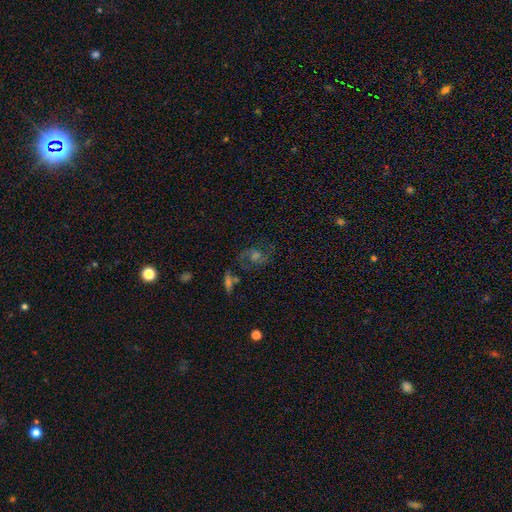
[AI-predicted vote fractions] Overall: featured or disk (65%). Edge-on disk: no (96%). Bar: no (52%; weak 40%). Spiral arms: yes (90%). Spiral arm count: 2 (84%). Spiral winding: medium (52%; loose 31%). Bulge size: moderate (45%; small 30%). Merging: none (67%).